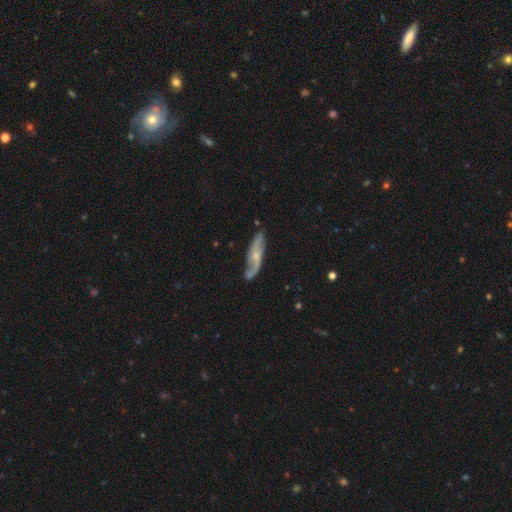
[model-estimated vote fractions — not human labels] Smooth or featured?
  - featured or disk: 75% *
  - smooth: 19%
  - star or artifact: 6%
Edge-on disk?
  - no: 76% *
  - yes: 24%
Bar?
  - no: 59% *
  - weak: 33%
  - strong: 8%
Spiral arms?
  - yes: 91% *
  - no: 9%
Spiral winding?
  - loose: 46% *
  - medium: 37%
  - tight: 16%
Spiral arm count?
  - 2: 81% *
  - can't tell: 11%
  - 1: 3%
  - 3: 3%
  - 4: 1%
  - more than 4: 1%
Bulge size?
  - small: 60% *
  - moderate: 33%
  - none: 4%
  - large: 1%
  - dominant: 1%
Merging?
  - none: 73% *
  - minor disturbance: 19%
  - major disturbance: 5%
  - merger: 3%